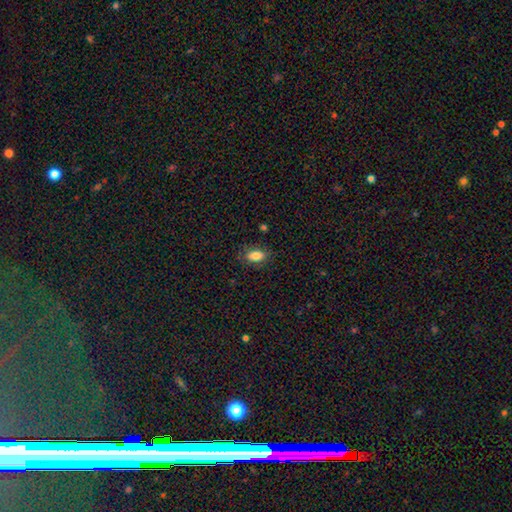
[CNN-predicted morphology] This appears to be a smooth galaxy with no disk features (84%) that is in between round and cigar-shaped (89%). Merging: none (82%).